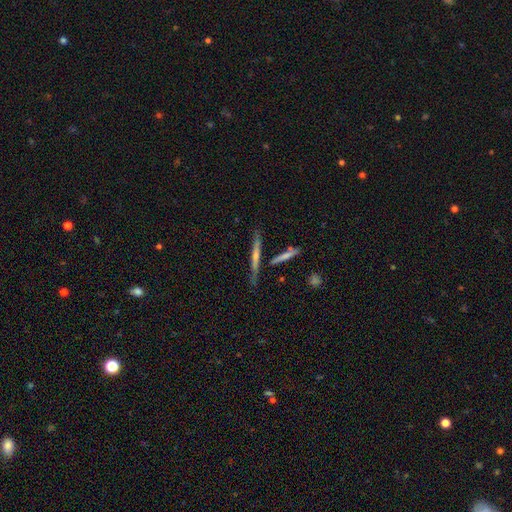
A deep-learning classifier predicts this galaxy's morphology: Smooth or featured? featured or disk (64%)
Edge-on disk? yes (95%)
Edge-on bulge? rounded (47%)
Merging? none (78%)